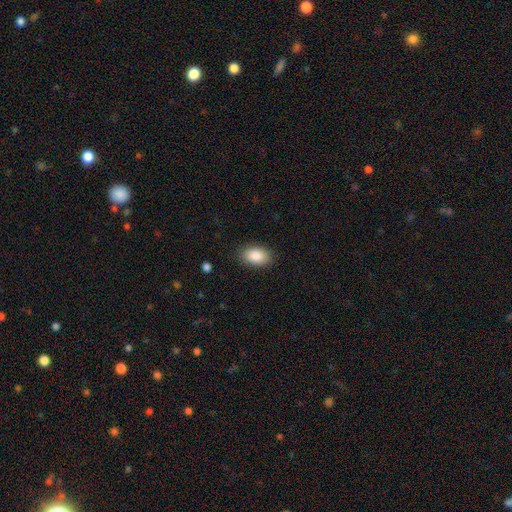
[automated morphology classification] Overall: smooth (88%). How rounded: in between (91%). Merging: none (86%).